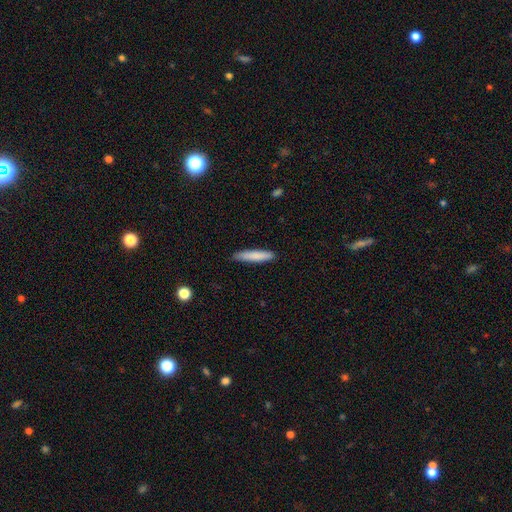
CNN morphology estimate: This appears to be a smooth galaxy with no disk features (83%) that is cigar-shaped (88%). Merging: none (87%).